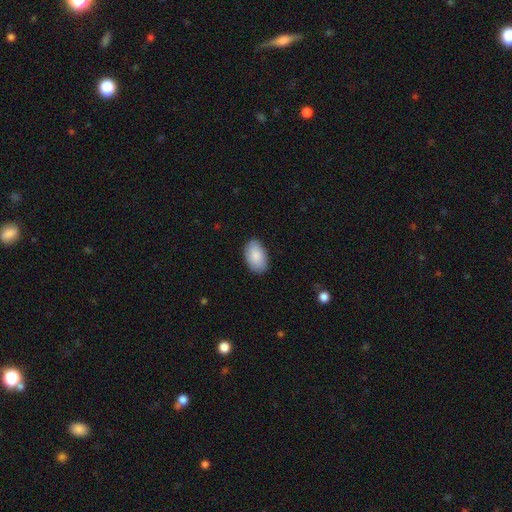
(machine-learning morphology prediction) smooth_or_featured: smooth (p=0.89) [alt: star or artifact p=0.06]
how_rounded: in between (p=0.94) [alt: round p=0.05]
merging: none (p=0.86) [alt: minor disturbance p=0.11]